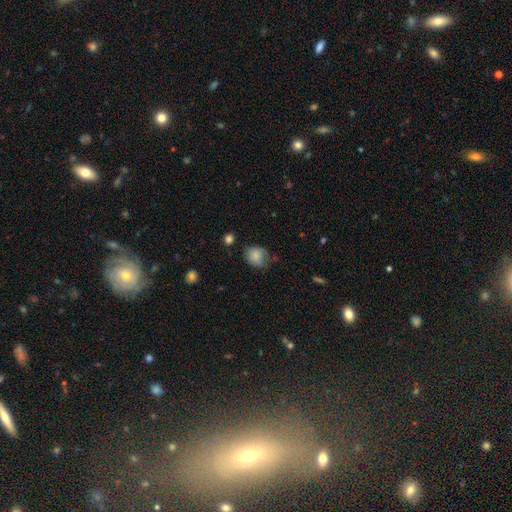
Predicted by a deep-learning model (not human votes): This is likely a smooth galaxy (80%). How rounded: possibly round (57%). Merging: possibly none (58%).